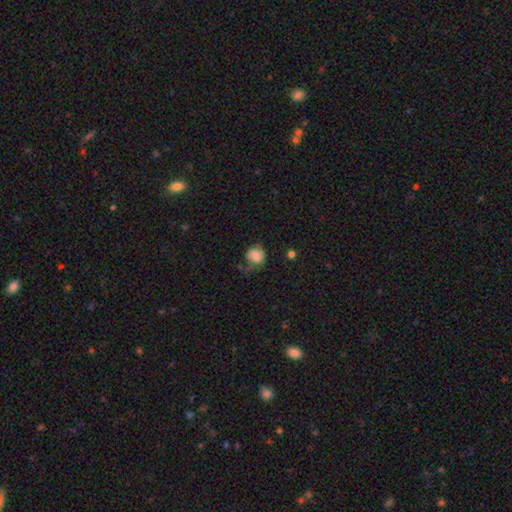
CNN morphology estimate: smooth-or-featured: smooth: 78% | featured or disk: 13% | star or artifact: 9%
  how-rounded: round: 81% | in between: 18% | cigar-shaped: 1%
  merging: none: 60% | minor disturbance: 25% | major disturbance: 11% | merger: 4%